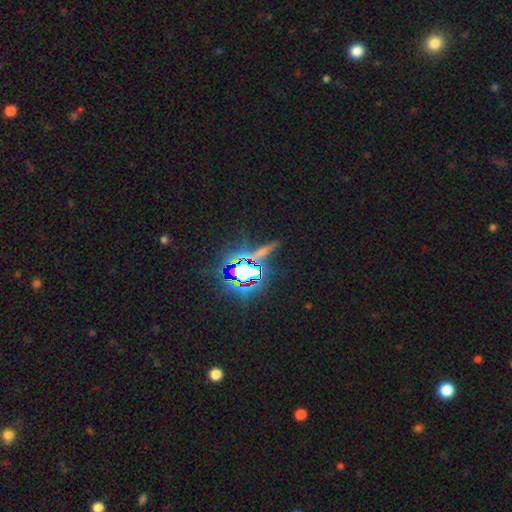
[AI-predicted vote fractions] Smooth or featured?
  - star or artifact: 72% *
  - smooth: 14%
  - featured or disk: 14%